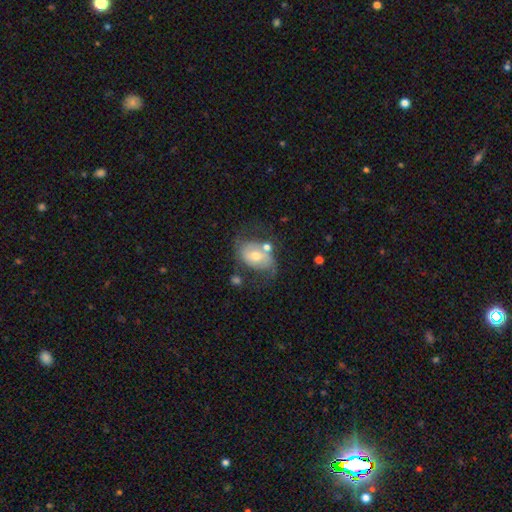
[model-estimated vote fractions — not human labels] Smooth or featured? featured or disk (57%)
Edge-on disk? no (95%)
Bar? no (56%)
Spiral arms? yes (67%)
Bulge size? moderate (66%)
Merging? none (50%)